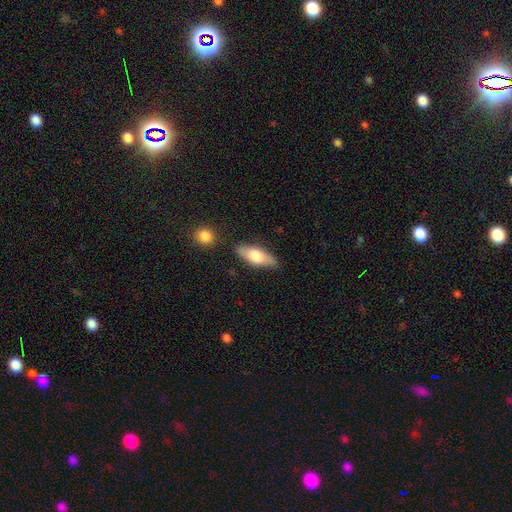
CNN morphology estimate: Q: Smooth or featured?
A: smooth (67%); runner-up: featured or disk (28%)
Q: How rounded?
A: in between (72%); runner-up: cigar-shaped (25%)
Q: Merging?
A: none (79%); runner-up: minor disturbance (14%)